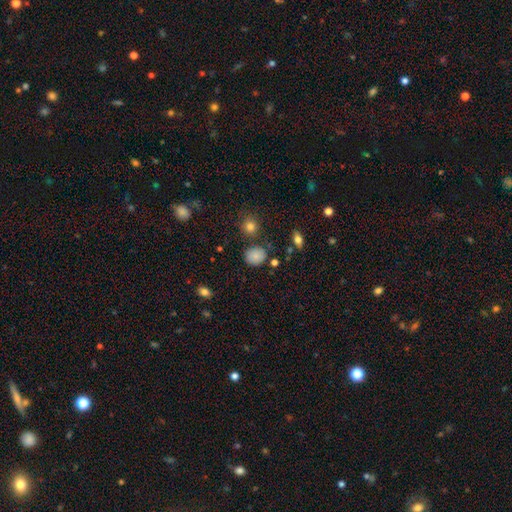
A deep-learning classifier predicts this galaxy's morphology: A smooth galaxy with no disk features (82%) that is round (67%). Merging: none (79%).